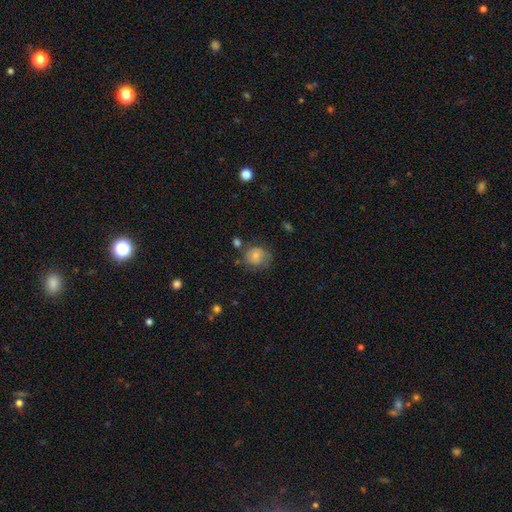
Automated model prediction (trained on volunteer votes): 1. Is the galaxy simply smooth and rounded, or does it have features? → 66% smooth, 24% featured or disk, 10% star or artifact.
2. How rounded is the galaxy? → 74% round, 25% in between, 1% cigar-shaped.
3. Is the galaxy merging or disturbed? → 57% none, 26% minor disturbance, 12% major disturbance, 6% merger.